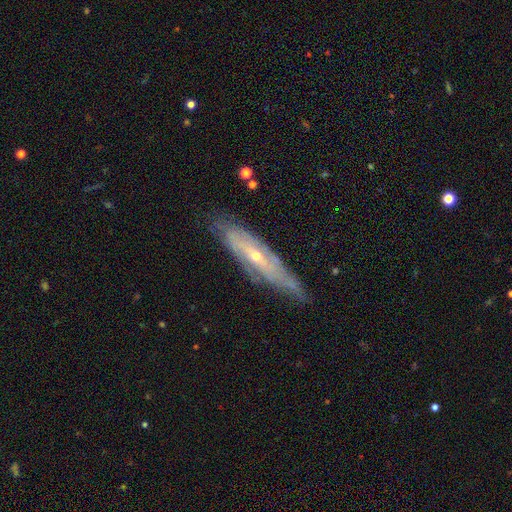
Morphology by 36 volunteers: A featured or disk galaxy (78%) viewed edge-on (54%) with a rounded central bulge (67%). Merging: none (71%).